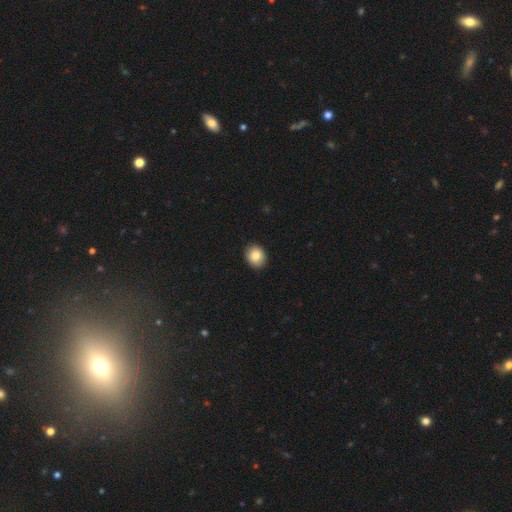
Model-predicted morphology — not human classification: This appears to be a smooth galaxy with no disk features (86%) that is round (72%). Merging: none (91%).